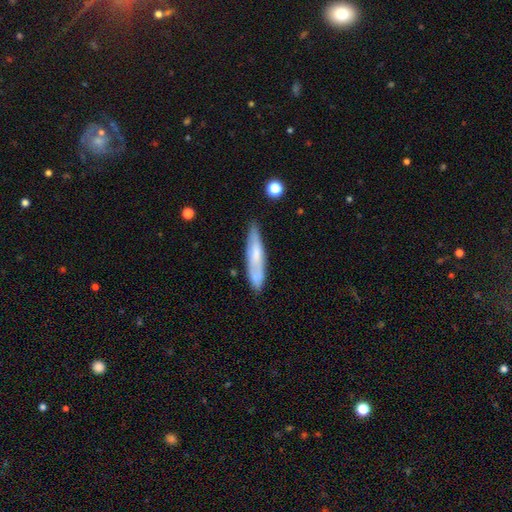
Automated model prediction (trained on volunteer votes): Smooth or featured? smooth (58%)
How rounded? cigar-shaped (78%)
Merging? none (73%)